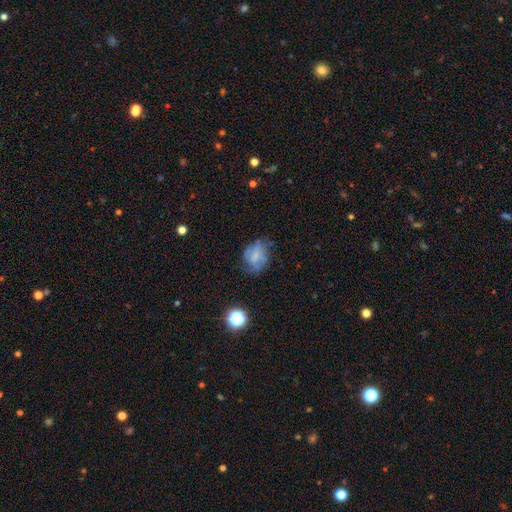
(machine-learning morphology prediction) This appears to be a smooth galaxy with no disk features (49%). Merging: none (53%).